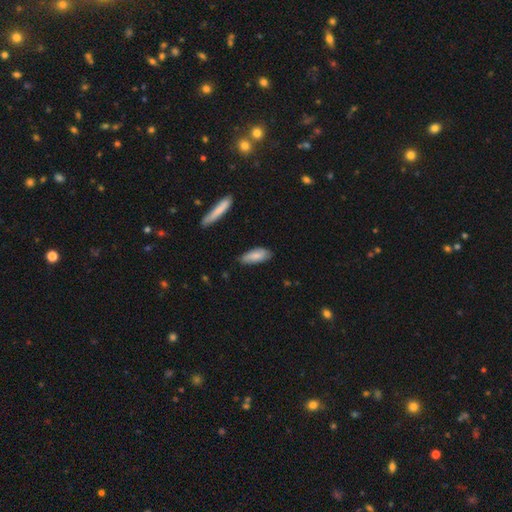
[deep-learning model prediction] This appears to be a smooth galaxy with no disk features (81%) that is in between round and cigar-shaped (72%). Merging: none (76%).